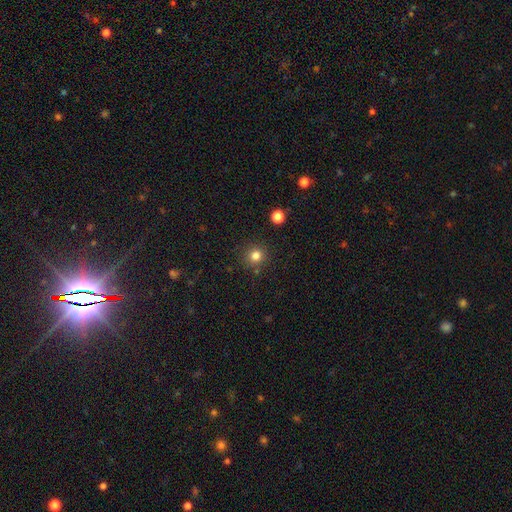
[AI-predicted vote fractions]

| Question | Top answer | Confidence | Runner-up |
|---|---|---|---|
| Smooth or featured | smooth | 81% | star or artifact (14%) |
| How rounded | round | 92% | in between (7%) |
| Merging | none | 88% | minor disturbance (7%) |